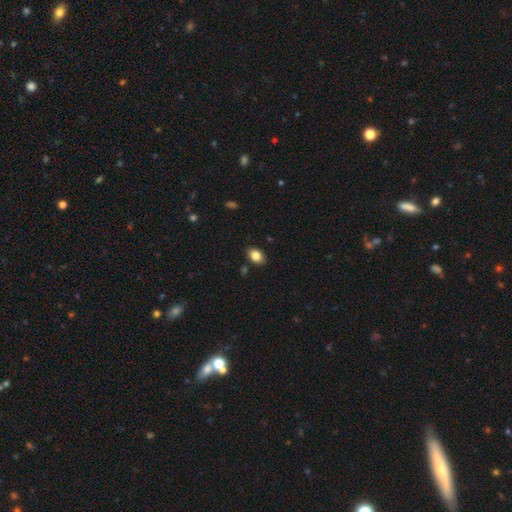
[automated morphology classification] Smooth or featured?
  - smooth: 84% *
  - star or artifact: 9%
  - featured or disk: 7%
How rounded?
  - in between: 80% *
  - round: 19%
  - cigar-shaped: 1%
Merging?
  - none: 87% *
  - minor disturbance: 9%
  - merger: 2%
  - major disturbance: 2%